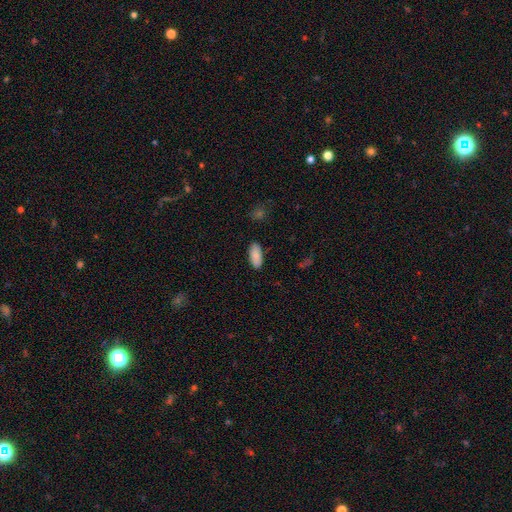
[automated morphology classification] A smooth galaxy with no disk features (88%) that is in between round and cigar-shaped (89%).

Vote fractions:
- Smooth or featured? smooth: 88% / star or artifact: 6% / featured or disk: 6%
- How rounded? in between: 89% / cigar-shaped: 9% / round: 2%
- Merging? none: 87% / minor disturbance: 9% / major disturbance: 2% / merger: 2%